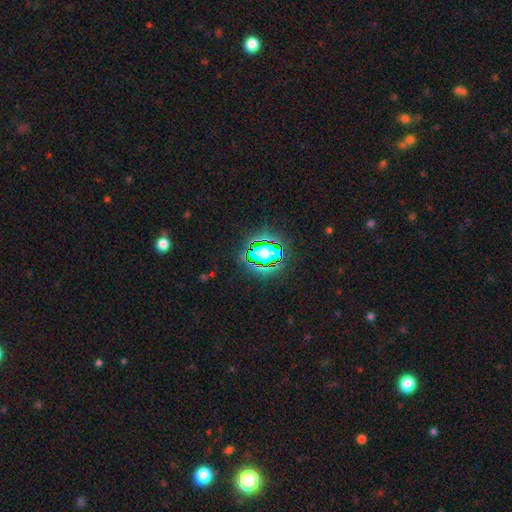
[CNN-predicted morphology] star or artifact 78%, smooth 14%, featured or disk 7%.